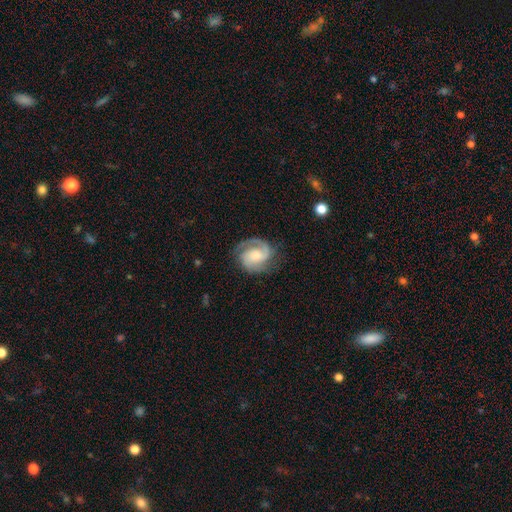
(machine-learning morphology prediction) This is clearly a featured or disk galaxy (85%). It is clearly not viewed edge-on (98%). Bar: possibly no (49%). Spiral arm pattern: clearly yes (97%). Spiral arm count: likely 2 (78%). Spiral winding: possibly medium (47%). Central bulge: marginally moderate (41%). Merging: likely none (74%).